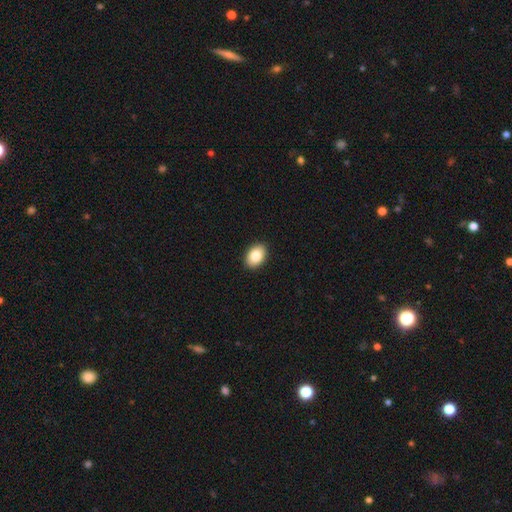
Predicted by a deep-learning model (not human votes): Smooth or featured? smooth (84%)
How rounded? in between (84%)
Merging? none (91%)